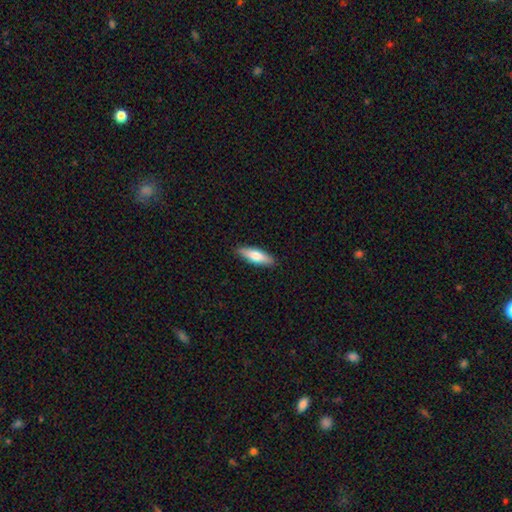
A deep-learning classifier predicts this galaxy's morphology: A smooth galaxy with no disk features (72%) that is cigar-shaped (50%). Merging: none (89%).